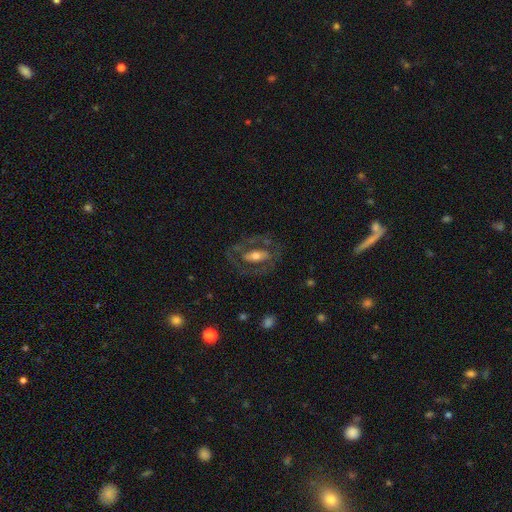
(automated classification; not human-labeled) Morphology: type=featured or disk (61%); edge-on=no (87%); bar=no (46%); spiral arms=no (65%); bulge=moderate (58%); merging=none (67%).